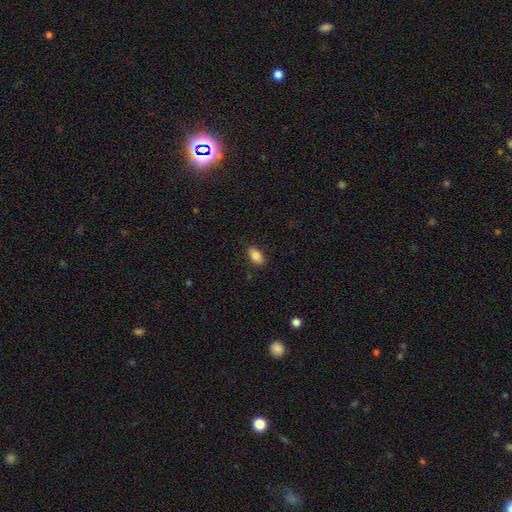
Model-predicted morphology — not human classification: Q: Smooth or featured?
A: smooth (85%); runner-up: star or artifact (8%)
Q: How rounded?
A: in between (92%); runner-up: round (5%)
Q: Merging?
A: none (87%); runner-up: minor disturbance (10%)